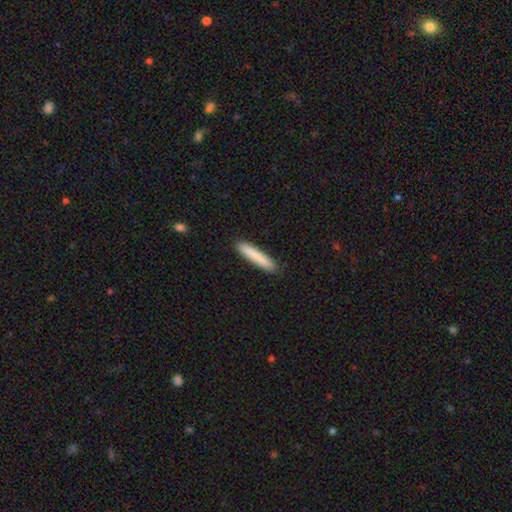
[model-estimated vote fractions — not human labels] smooth-or-featured: smooth: 85% | featured or disk: 10% | star or artifact: 6%
  how-rounded: cigar-shaped: 93% | in between: 6% | round: 1%
  merging: none: 90% | minor disturbance: 7% | major disturbance: 1% | merger: 1%